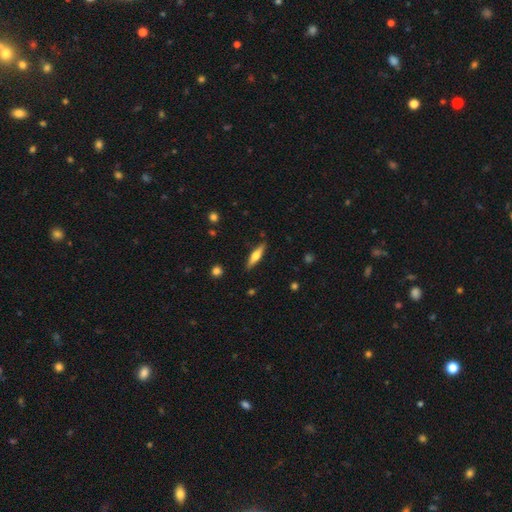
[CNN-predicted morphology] smooth-or-featured: featured or disk: 48% | smooth: 46% | star or artifact: 6%
  merging: none: 88% | minor disturbance: 9% | major disturbance: 2% | merger: 1%